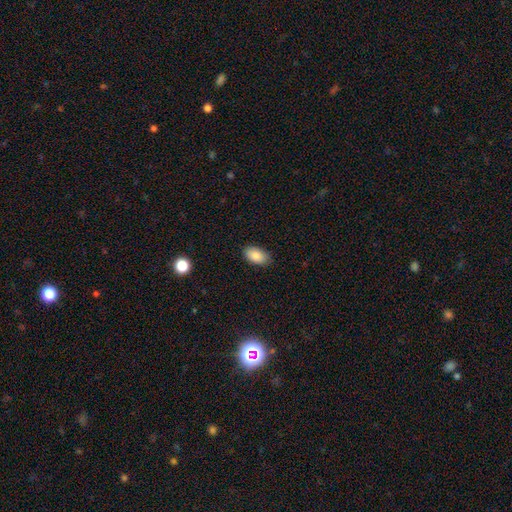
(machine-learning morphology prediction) smooth 87%, star or artifact 7%, featured or disk 5%. Down the decision tree: how rounded — in between (94%); merging — none (85%).